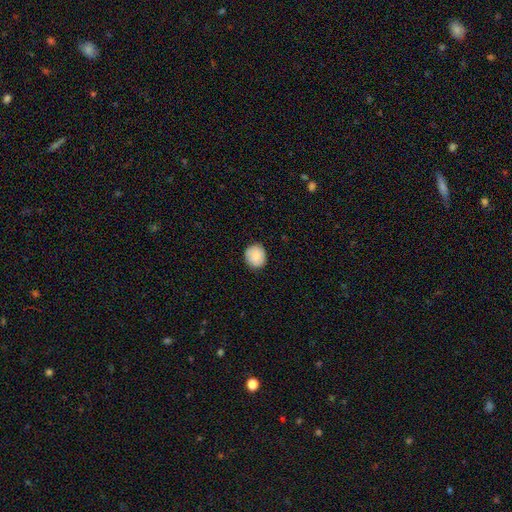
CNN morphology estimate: A smooth galaxy with no disk features (82%) that is round (79%). Merging: none (86%).